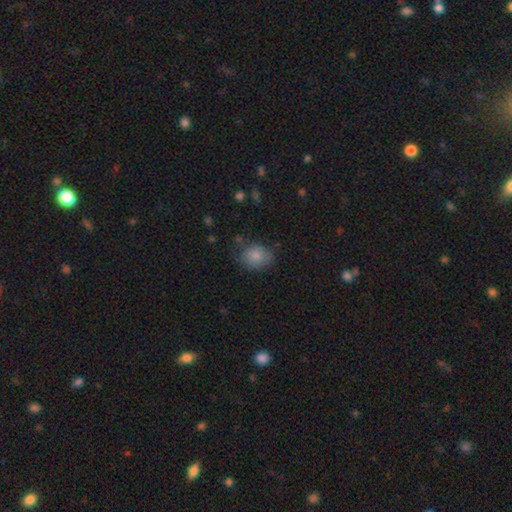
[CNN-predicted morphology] Overall: smooth (84%). How rounded: round (59%; in between 40%). Merging: none (73%).